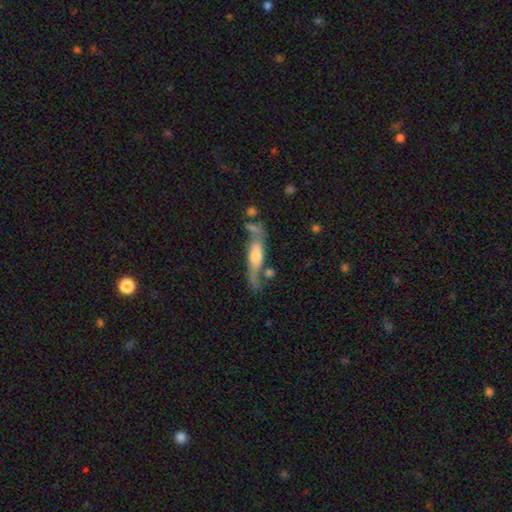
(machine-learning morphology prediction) A featured or disk galaxy (60%) viewed edge-on (63%).

Vote fractions:
- Smooth or featured? featured or disk: 60% / smooth: 33% / star or artifact: 6%
- Edge-on disk? yes: 63% / no: 37%
- Merging? none: 53% / minor disturbance: 21% / merger: 15% / major disturbance: 11%